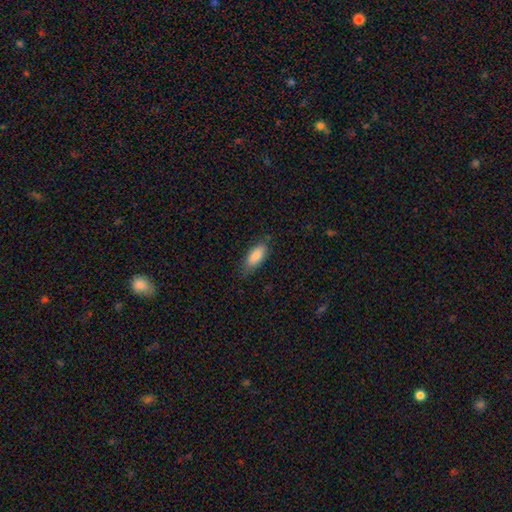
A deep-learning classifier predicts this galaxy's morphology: This is clearly a smooth galaxy (84%). How rounded: likely in between (80%). Merging: likely none (77%).